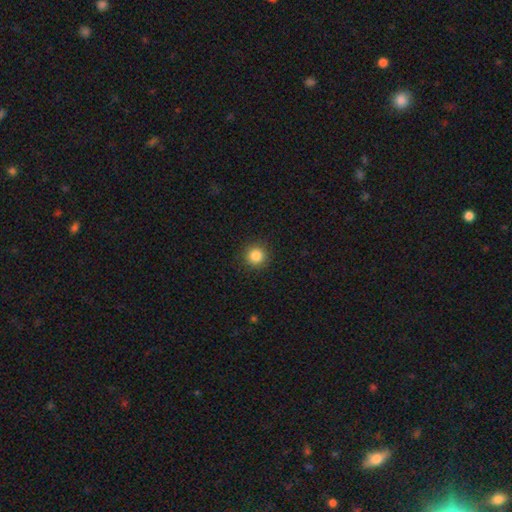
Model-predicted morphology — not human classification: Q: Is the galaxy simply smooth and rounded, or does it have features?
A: smooth — 85%.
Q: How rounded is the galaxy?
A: round — 95%.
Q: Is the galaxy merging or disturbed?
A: none — 91%.